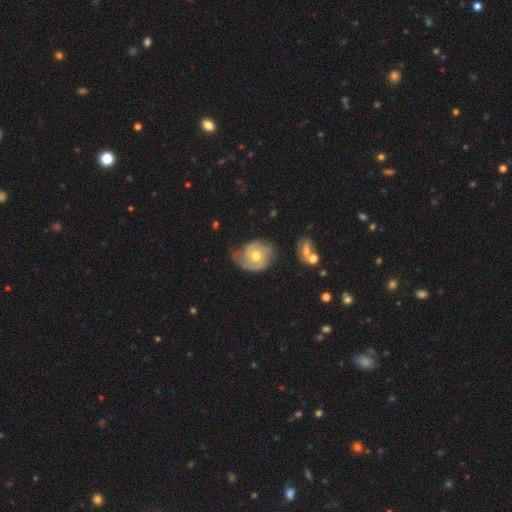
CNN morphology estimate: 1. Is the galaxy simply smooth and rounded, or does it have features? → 72% featured or disk, 22% smooth, 6% star or artifact.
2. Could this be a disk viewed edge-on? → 97% no, 3% yes.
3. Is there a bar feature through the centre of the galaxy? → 72% no, 23% weak, 4% strong.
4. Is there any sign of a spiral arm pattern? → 89% yes, 11% no.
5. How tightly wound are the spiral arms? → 47% tight, 36% medium, 17% loose.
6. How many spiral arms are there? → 56% 2, 19% can't tell, 10% 3, 10% 1, 3% 4, 2% more than 4.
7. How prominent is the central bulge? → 72% moderate, 22% small, 3% large, 1% none, 1% dominant.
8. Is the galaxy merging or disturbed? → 51% none, 31% minor disturbance, 15% major disturbance, 3% merger.